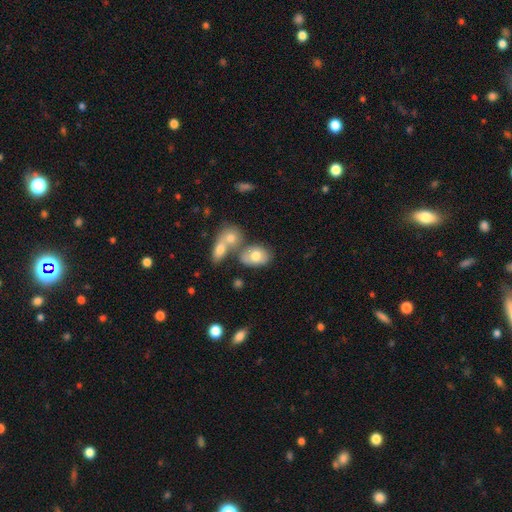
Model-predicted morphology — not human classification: smooth 69%, featured or disk 23%, star or artifact 8%. Down the decision tree: how rounded — in between (82%); merging — none (45%).